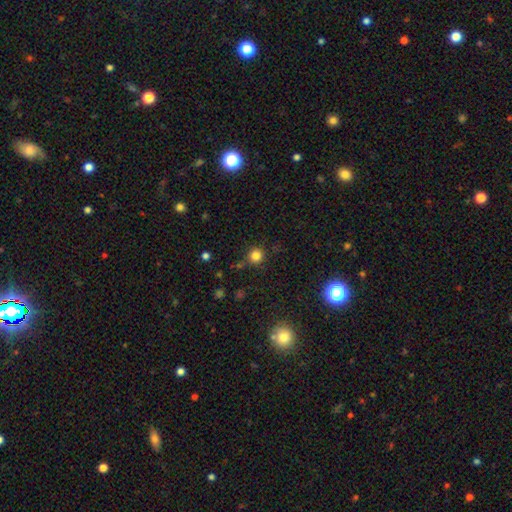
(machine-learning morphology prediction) smooth 81%, star or artifact 15%, featured or disk 5%. Down the decision tree: how rounded — round (93%); merging — none (82%).